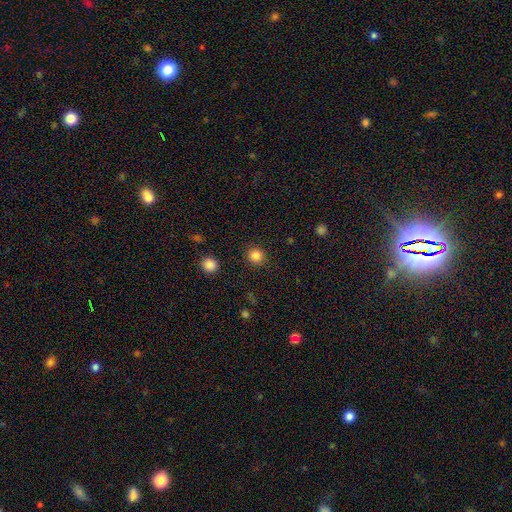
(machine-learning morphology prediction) type=smooth (85%); roundness=round (91%); merging=none (90%).